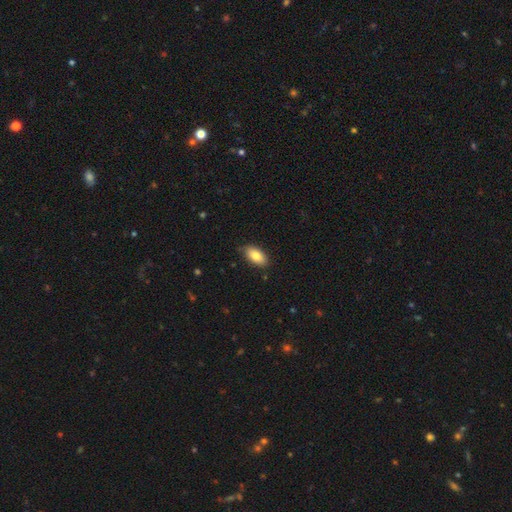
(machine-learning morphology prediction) type=smooth (84%); roundness=in between (92%); merging=none (82%).